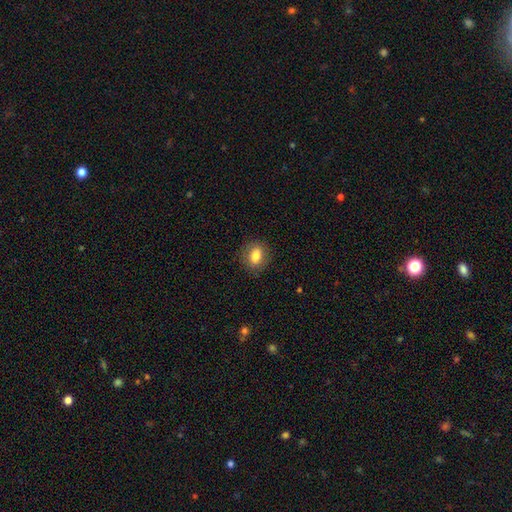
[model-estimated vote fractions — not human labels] Smooth or featured? smooth (79%)
How rounded? in between (60%)
Merging? none (84%)